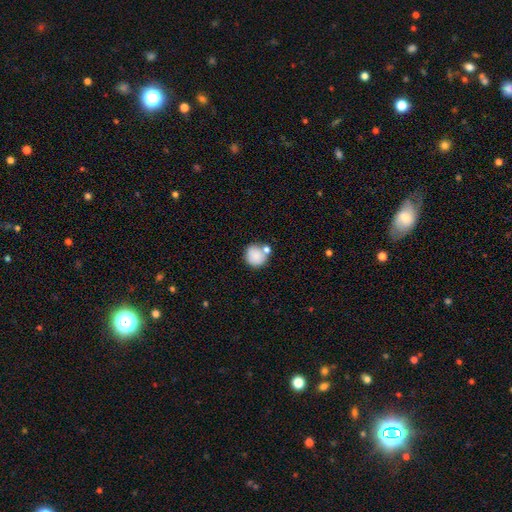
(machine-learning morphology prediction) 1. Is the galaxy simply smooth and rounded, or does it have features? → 83% smooth, 9% featured or disk, 8% star or artifact.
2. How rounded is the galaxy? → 89% round, 10% in between, 1% cigar-shaped.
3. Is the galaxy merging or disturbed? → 59% none, 24% merger, 13% minor disturbance, 4% major disturbance.